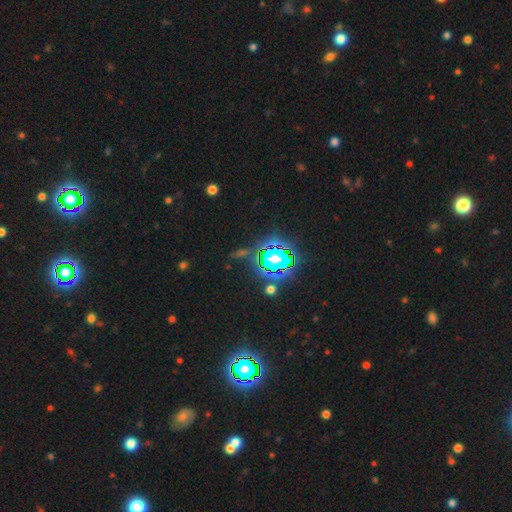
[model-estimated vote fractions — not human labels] A star or artifact, not a galaxy (83%).